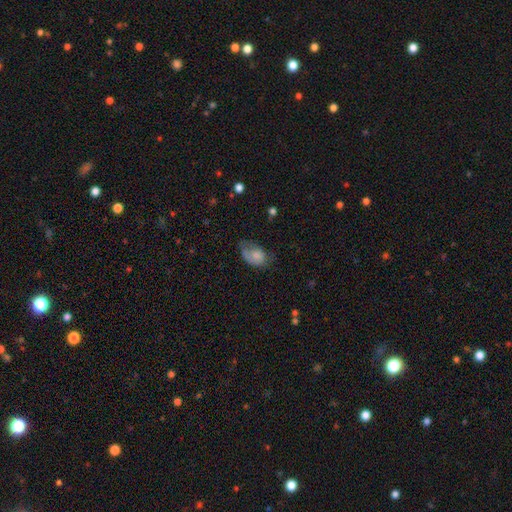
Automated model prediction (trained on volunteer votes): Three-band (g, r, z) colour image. It shows a smooth galaxy with no disk features (70%) that is in between round and cigar-shaped (84%). Merging: minor disturbance (34%).